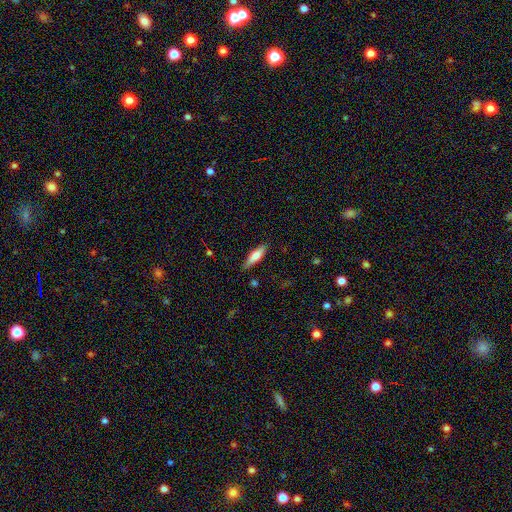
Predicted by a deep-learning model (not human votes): Q: Smooth or featured?
A: smooth (64%); runner-up: featured or disk (30%)
Q: How rounded?
A: cigar-shaped (60%); runner-up: in between (38%)
Q: Merging?
A: none (83%); runner-up: minor disturbance (13%)